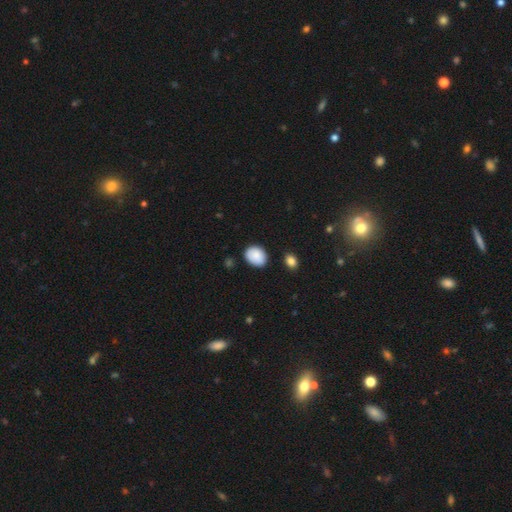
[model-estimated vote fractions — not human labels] This is clearly a smooth galaxy (88%). How rounded: possibly in between (57%). Merging: likely none (80%).